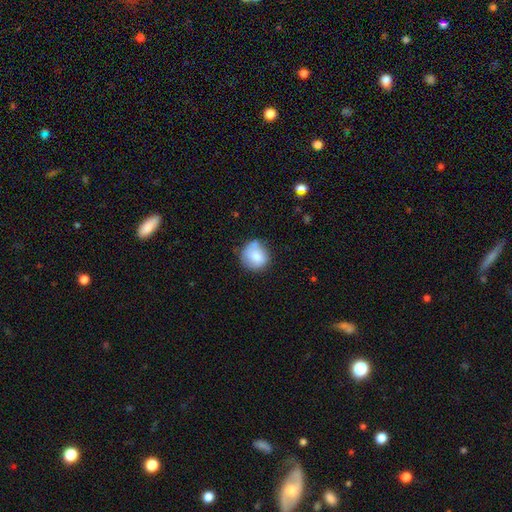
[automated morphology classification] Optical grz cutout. It shows a smooth galaxy with no disk features (75%) that is round (88%). Merging: none (65%).